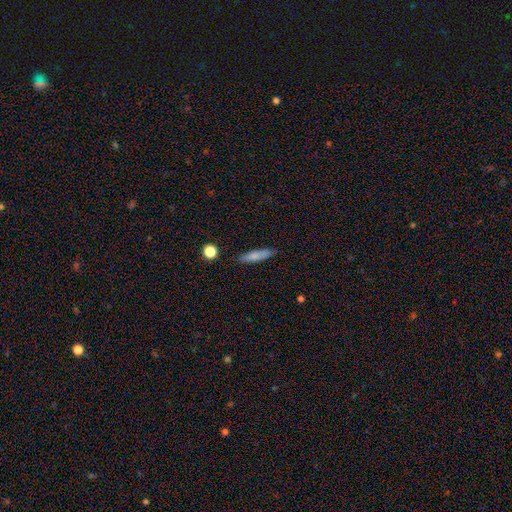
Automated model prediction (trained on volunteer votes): Morphology: type=smooth (73%); roundness=cigar-shaped (78%); merging=none (85%).